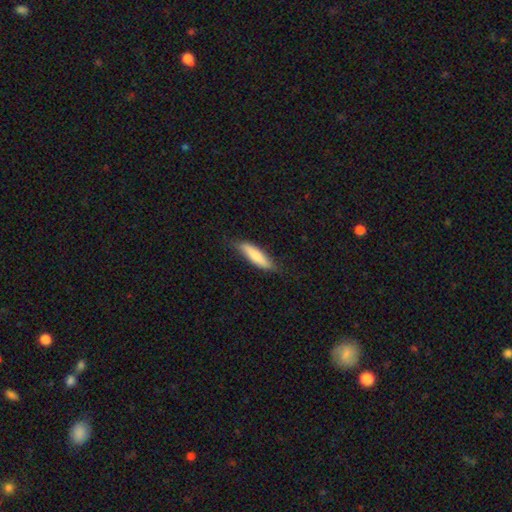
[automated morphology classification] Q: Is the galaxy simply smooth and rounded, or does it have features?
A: smooth — 75%.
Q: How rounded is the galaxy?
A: cigar-shaped — 69%.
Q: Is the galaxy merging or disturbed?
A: none — 74%.